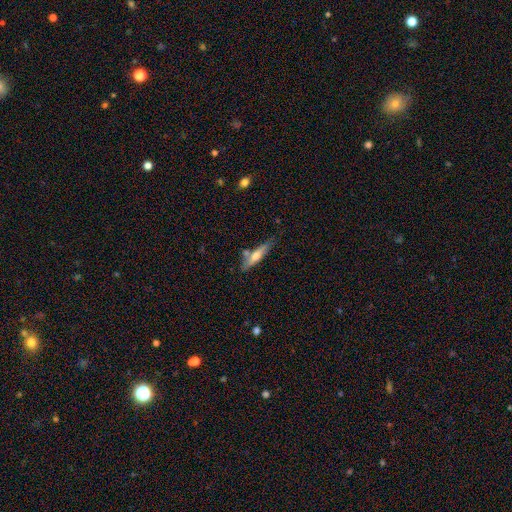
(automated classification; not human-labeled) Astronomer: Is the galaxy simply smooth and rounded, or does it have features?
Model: smooth — 54% (runner-up: featured or disk, 40%).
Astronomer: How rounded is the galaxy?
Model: cigar-shaped — 79%.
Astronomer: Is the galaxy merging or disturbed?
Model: none — 69%.